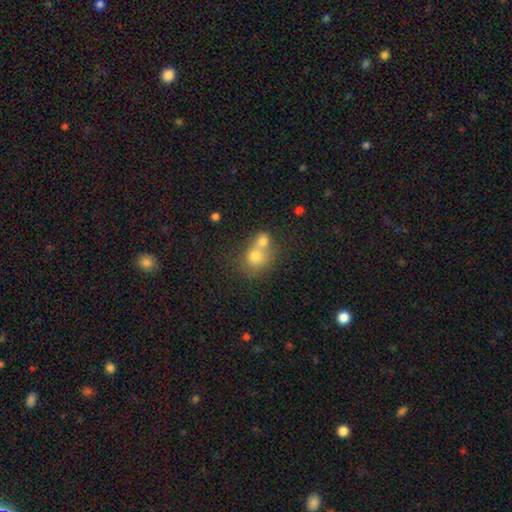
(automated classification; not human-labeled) smooth-or-featured: smooth: 72% | featured or disk: 16% | star or artifact: 12%
  how-rounded: round: 73% | in between: 26% | cigar-shaped: 1%
  merging: merger: 61% | none: 29% | minor disturbance: 7% | major disturbance: 3%